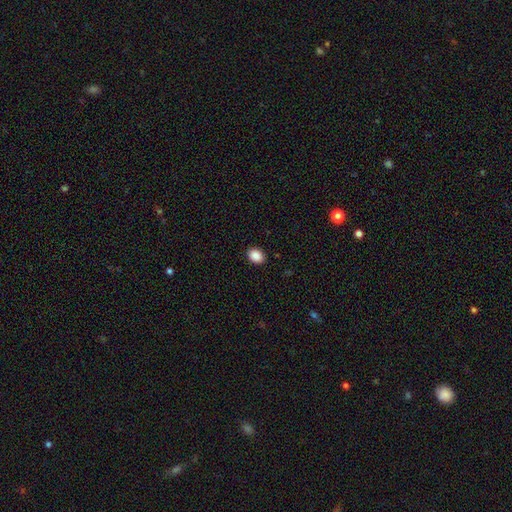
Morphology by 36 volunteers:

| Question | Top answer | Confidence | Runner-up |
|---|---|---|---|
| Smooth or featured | smooth | 94% | star or artifact (6%) |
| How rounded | in between | 68% | round (32%) |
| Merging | none | 94% | minor disturbance (3%) |